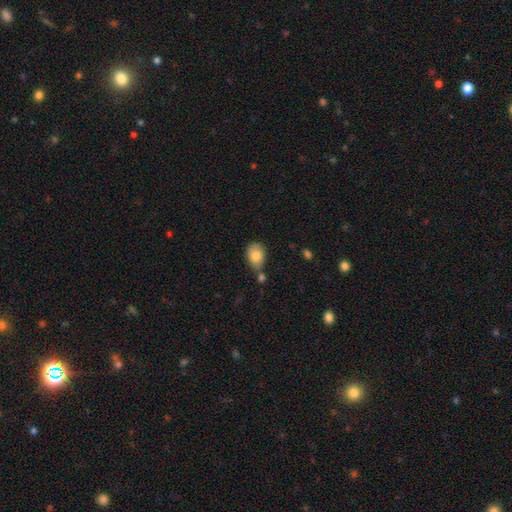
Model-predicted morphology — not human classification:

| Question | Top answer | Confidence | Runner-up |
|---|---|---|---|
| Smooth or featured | smooth | 83% | featured or disk (9%) |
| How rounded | in between | 75% | round (23%) |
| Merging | none | 51% | minor disturbance (24%) |